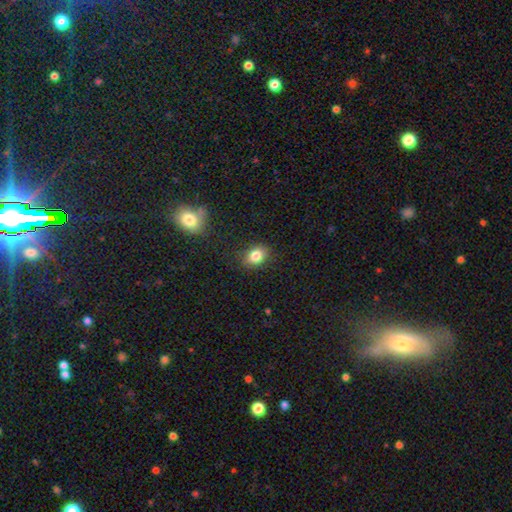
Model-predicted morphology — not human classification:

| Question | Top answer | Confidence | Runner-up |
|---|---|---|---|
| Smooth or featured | smooth | 83% | star or artifact (10%) |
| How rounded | in between | 64% | round (35%) |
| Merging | none | 84% | minor disturbance (11%) |